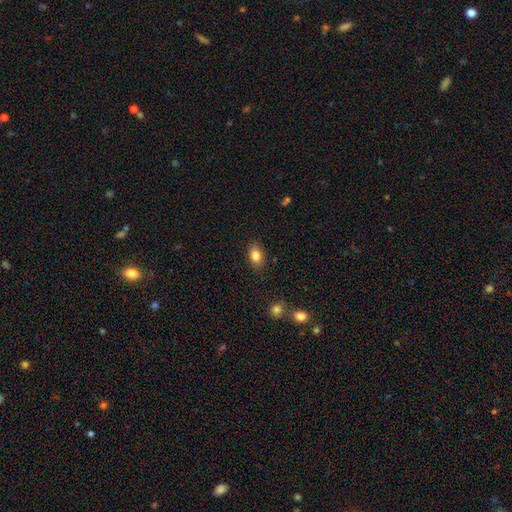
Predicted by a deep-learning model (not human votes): smooth 83%, star or artifact 9%, featured or disk 8%. Down the decision tree: how rounded — in between (83%); merging — none (87%).